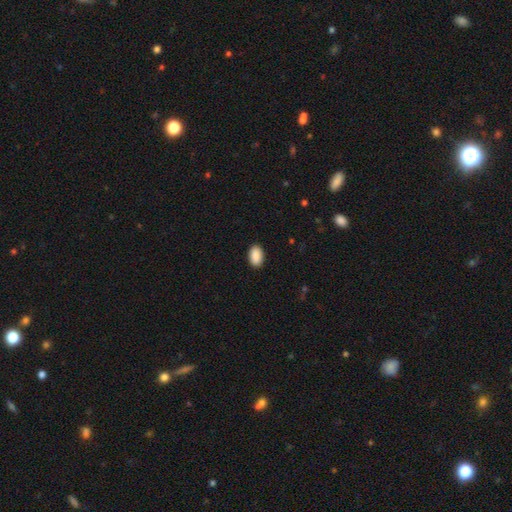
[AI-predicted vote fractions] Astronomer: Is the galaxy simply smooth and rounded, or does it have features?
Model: smooth — 91%.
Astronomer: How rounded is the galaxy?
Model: in between — 93%.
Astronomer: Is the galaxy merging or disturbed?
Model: none — 91%.